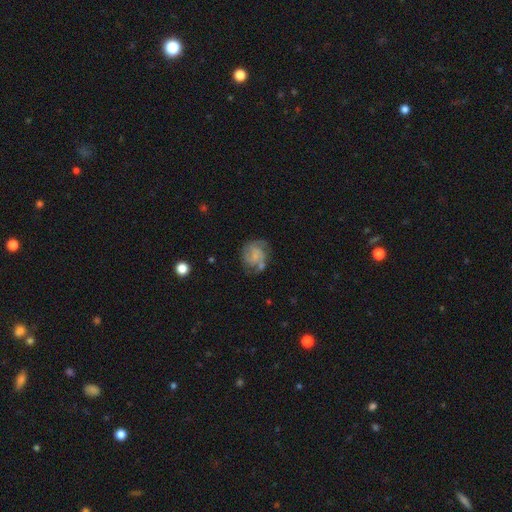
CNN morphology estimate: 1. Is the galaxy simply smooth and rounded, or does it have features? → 68% featured or disk, 24% smooth, 8% star or artifact.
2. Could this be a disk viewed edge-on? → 98% no, 2% yes.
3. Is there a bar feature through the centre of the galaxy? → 64% no, 30% weak, 6% strong.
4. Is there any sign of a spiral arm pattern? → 89% yes, 11% no.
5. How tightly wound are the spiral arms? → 43% medium, 42% tight, 15% loose.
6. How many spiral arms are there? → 40% 2, 25% 3, 21% can't tell, 5% 4, 5% 1, 4% more than 4.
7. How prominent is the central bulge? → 44% small, 39% none, 14% moderate, 3% large, 1% dominant.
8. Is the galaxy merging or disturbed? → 59% none, 21% minor disturbance, 13% major disturbance, 7% merger.